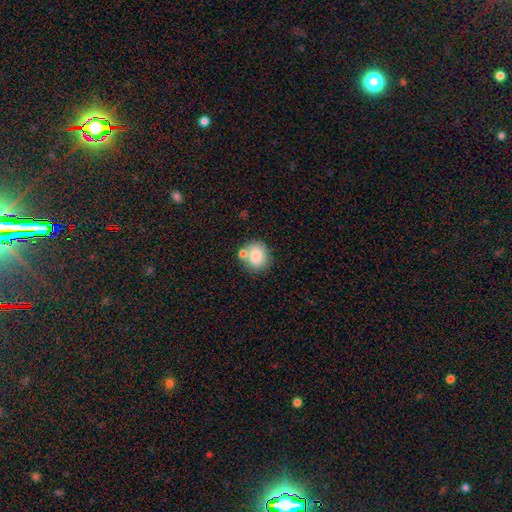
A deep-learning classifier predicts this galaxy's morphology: Smooth or featured? Predicted: smooth (p=0.80). How rounded? Predicted: round (p=0.73). Merging? Predicted: none (p=0.58).